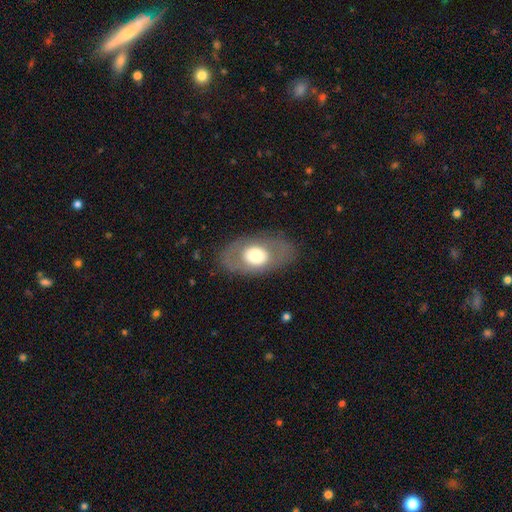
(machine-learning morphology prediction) A smooth galaxy with no disk features (52%) that is in between round and cigar-shaped (80%). Merging: none (78%).